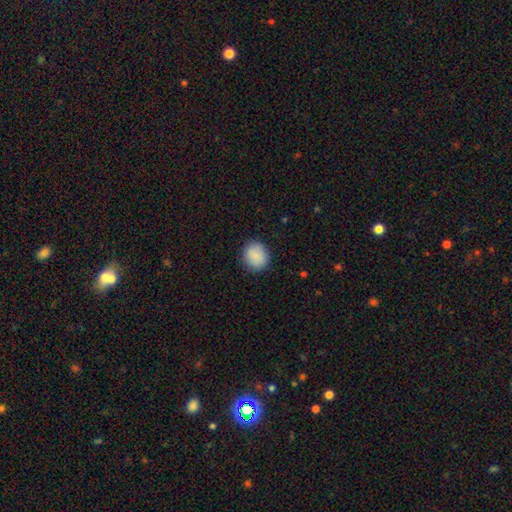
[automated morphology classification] Smooth or featured? Predicted: smooth (p=0.88). How rounded? Predicted: round (p=0.81). Merging? Predicted: none (p=0.87).